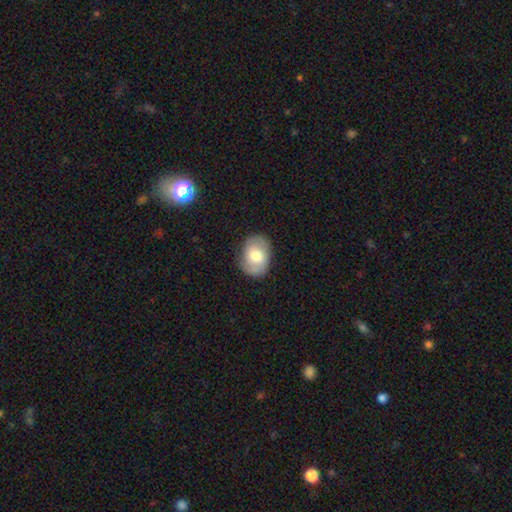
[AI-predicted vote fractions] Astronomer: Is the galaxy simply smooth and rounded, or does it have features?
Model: smooth — 59% (runner-up: featured or disk, 34%).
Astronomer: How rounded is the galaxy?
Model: in between — 72%.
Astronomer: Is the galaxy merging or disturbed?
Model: none — 79%.